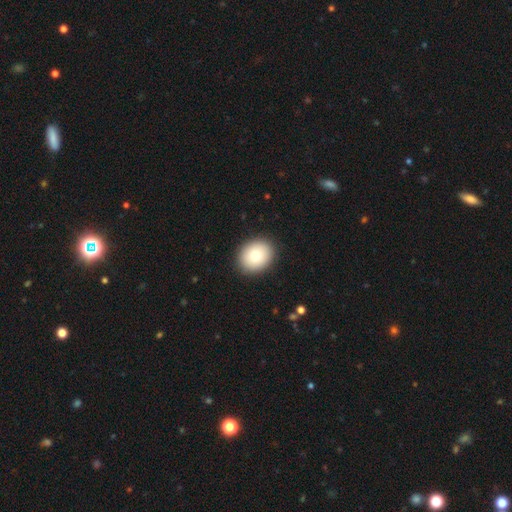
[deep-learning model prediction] smooth_or_featured: smooth (p=0.75) [alt: featured or disk p=0.16]
how_rounded: round (p=0.63) [alt: in between p=0.36]
merging: none (p=0.91) [alt: minor disturbance p=0.06]